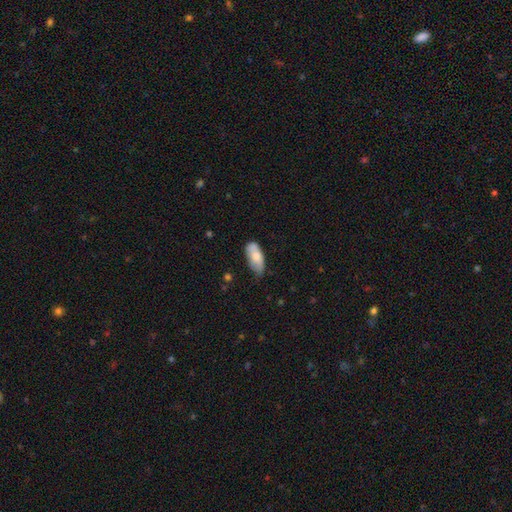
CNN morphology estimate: Smooth or featured: smooth — 77% (featured or disk — 17%)
How rounded: in between — 85% (cigar-shaped — 13%)
Merging: none — 53% (minor disturbance — 36%)